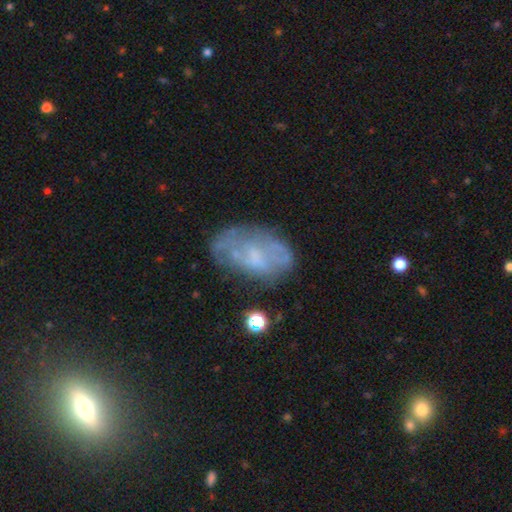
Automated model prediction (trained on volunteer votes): Smooth or featured?
  - featured or disk: 57% *
  - smooth: 33%
  - star or artifact: 10%
Edge-on disk?
  - no: 95% *
  - yes: 5%
Bar?
  - no: 66% *
  - weak: 28%
  - strong: 6%
Spiral arms?
  - no: 62% *
  - yes: 38%
Bulge size?
  - none: 36% *
  - small: 35%
  - moderate: 25%
  - large: 3%
  - dominant: 1%
Merging?
  - none: 56% *
  - minor disturbance: 25%
  - major disturbance: 15%
  - merger: 4%